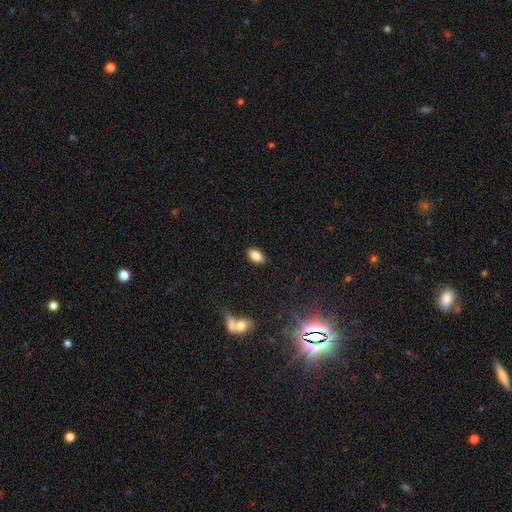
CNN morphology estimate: type=smooth (85%); roundness=in between (90%); merging=none (88%).